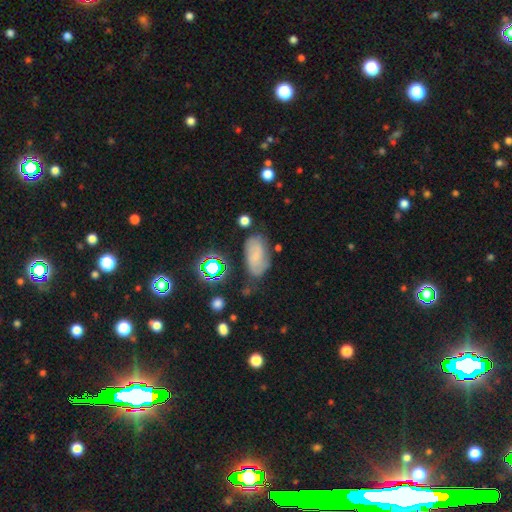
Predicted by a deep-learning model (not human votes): Q: Smooth or featured?
A: smooth (48%); runner-up: featured or disk (38%)
Q: Merging?
A: none (66%); runner-up: minor disturbance (23%)